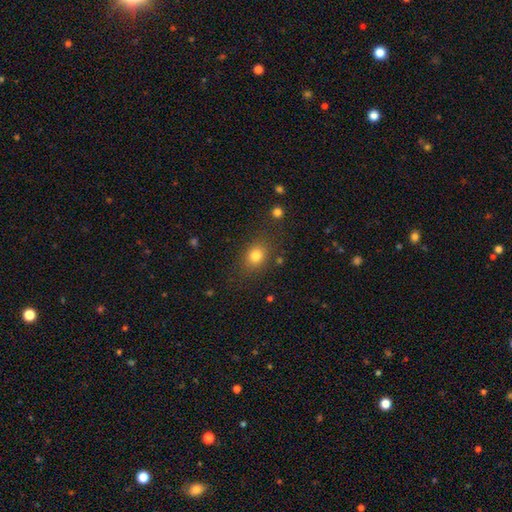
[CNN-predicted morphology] smooth-or-featured: smooth: 80% | star or artifact: 12% | featured or disk: 8%
  how-rounded: round: 53% | in between: 46% | cigar-shaped: 1%
  merging: none: 80% | minor disturbance: 12% | major disturbance: 5% | merger: 3%